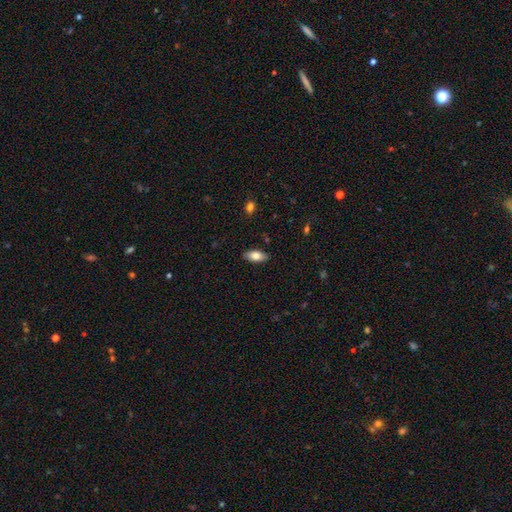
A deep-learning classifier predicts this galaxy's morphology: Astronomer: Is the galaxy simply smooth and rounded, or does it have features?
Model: smooth — 80%.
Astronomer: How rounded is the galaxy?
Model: in between — 89%.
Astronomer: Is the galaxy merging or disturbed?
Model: none — 87%.